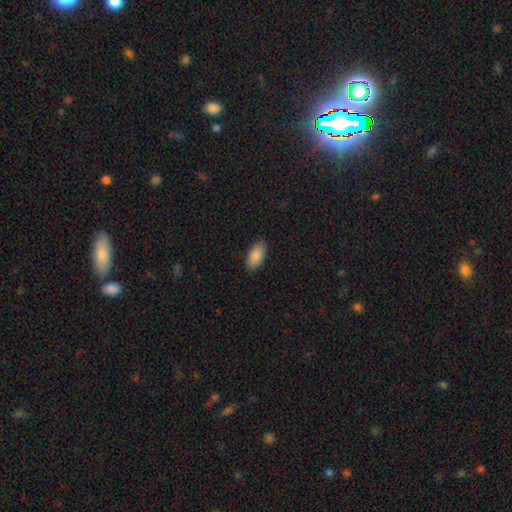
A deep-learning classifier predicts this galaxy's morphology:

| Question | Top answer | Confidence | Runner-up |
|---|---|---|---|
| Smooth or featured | smooth | 89% | star or artifact (6%) |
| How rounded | in between | 93% | cigar-shaped (6%) |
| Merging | none | 88% | minor disturbance (9%) |